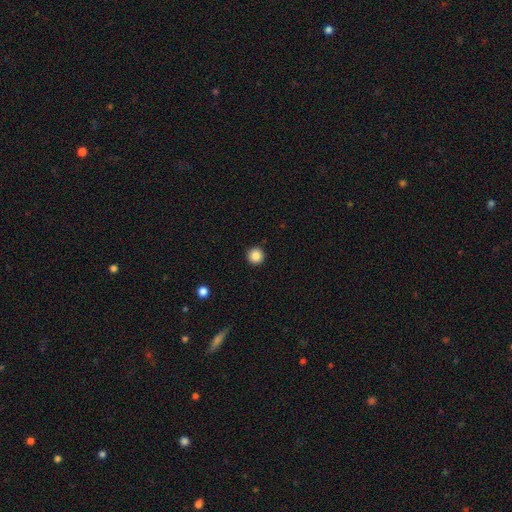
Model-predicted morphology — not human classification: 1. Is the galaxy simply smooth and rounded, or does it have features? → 86% smooth, 10% star or artifact, 4% featured or disk.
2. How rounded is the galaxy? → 96% round, 3% in between, 1% cigar-shaped.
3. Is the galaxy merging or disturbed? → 94% none, 4% minor disturbance, 1% major disturbance, 1% merger.